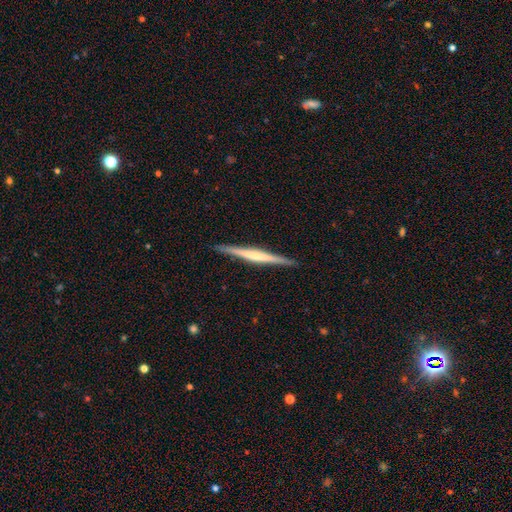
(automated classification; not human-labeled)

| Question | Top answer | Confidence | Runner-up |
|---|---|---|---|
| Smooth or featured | featured or disk | 66% | smooth (29%) |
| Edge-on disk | yes | 98% | no (2%) |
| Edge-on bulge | none | 54% | rounded (28%) |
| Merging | none | 91% | minor disturbance (7%) |